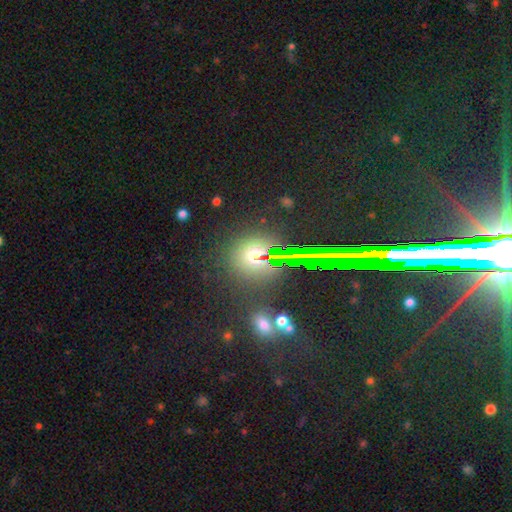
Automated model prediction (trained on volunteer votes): Morphology: type=smooth (56%); roundness=round (80%); merging=none (75%).